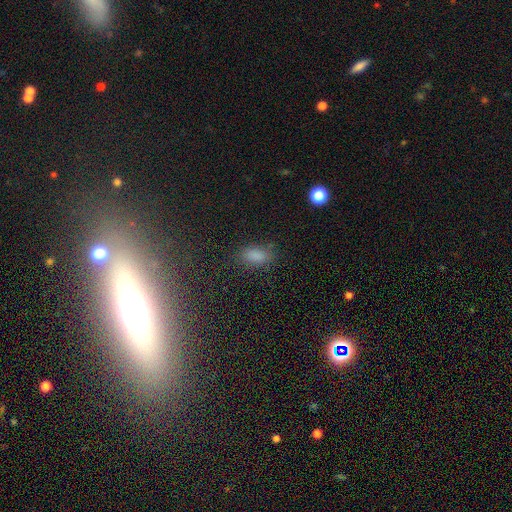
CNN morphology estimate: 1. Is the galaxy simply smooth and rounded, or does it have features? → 82% smooth, 13% star or artifact, 5% featured or disk.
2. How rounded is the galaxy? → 91% in between, 5% round, 4% cigar-shaped.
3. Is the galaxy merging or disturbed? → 76% none, 16% minor disturbance, 5% major disturbance, 2% merger.